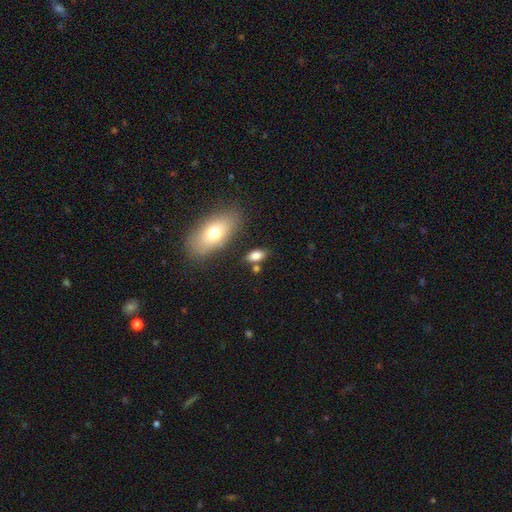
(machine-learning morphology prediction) This is clearly a smooth galaxy (81%). How rounded: clearly in between (86%). Merging: likely none (73%).